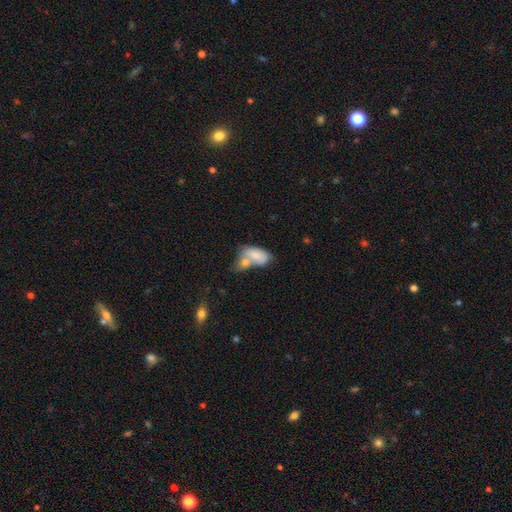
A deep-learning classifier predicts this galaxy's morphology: Smooth or featured? Predicted: smooth (p=0.77). How rounded? Predicted: in between (p=0.92). Merging? Predicted: merger (p=0.62).